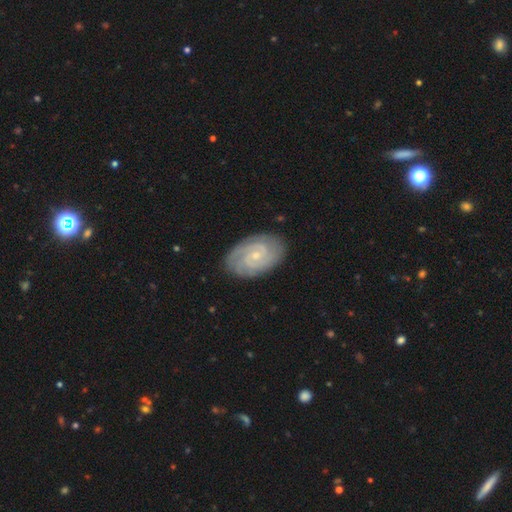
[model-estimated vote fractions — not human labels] Overall: featured or disk (86%). Edge-on disk: no (97%). Bar: no (62%; weak 32%). Spiral arms: yes (97%). Spiral arm count: 2 (46%; 3 21%). Spiral winding: tight (72%). Bulge size: small (76%). Merging: none (83%).